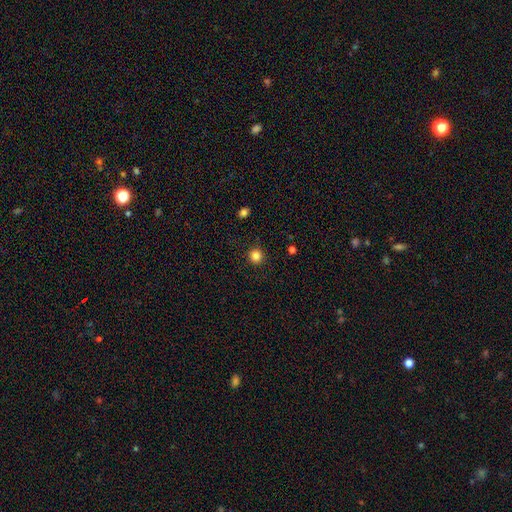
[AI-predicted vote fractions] Smooth or featured: smooth — 83% (star or artifact — 12%)
How rounded: round — 94% (in between — 5%)
Merging: none — 91% (minor disturbance — 6%)